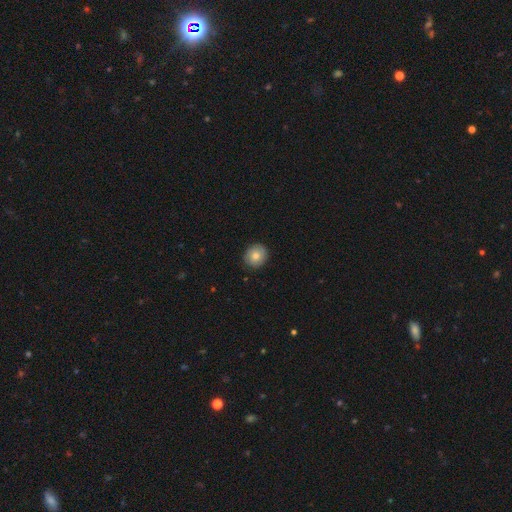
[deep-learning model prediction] This appears to be a smooth galaxy with no disk features (78%) that is round (84%). Merging: none (87%).